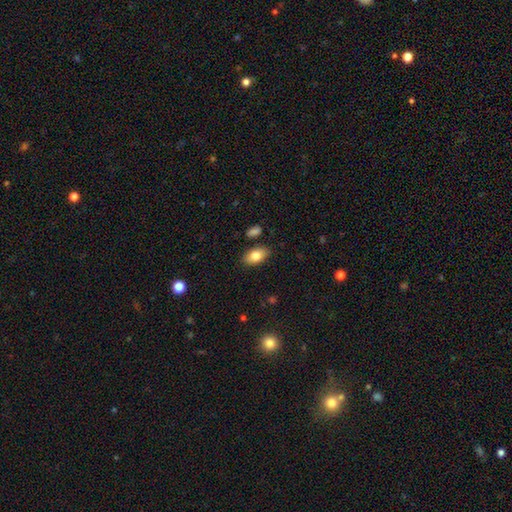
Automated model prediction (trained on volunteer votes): Morphology: type=smooth (81%); roundness=in between (92%); merging=none (85%).